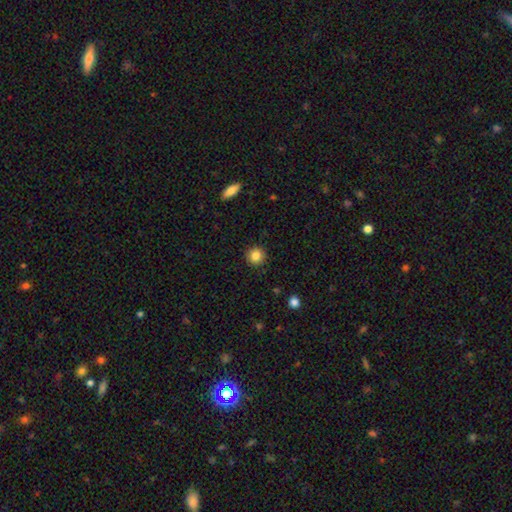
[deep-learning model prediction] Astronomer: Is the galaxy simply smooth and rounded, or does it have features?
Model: smooth — 84%.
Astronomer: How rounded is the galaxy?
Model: round — 93%.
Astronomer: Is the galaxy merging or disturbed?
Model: none — 91%.